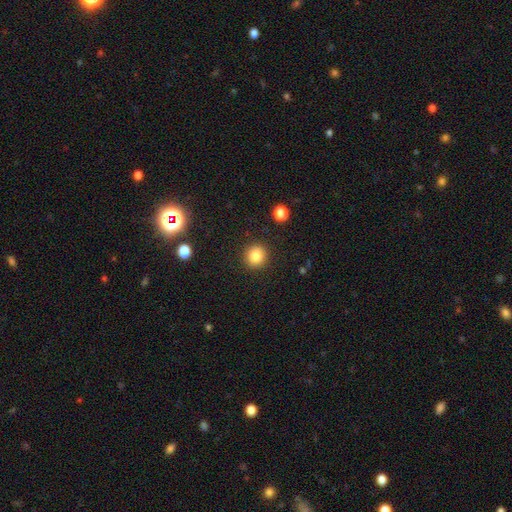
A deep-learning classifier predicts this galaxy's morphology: Smooth or featured?
  - smooth: 84% *
  - star or artifact: 10%
  - featured or disk: 5%
How rounded?
  - round: 88% *
  - in between: 11%
  - cigar-shaped: 1%
Merging?
  - none: 91% *
  - minor disturbance: 6%
  - major disturbance: 2%
  - merger: 1%